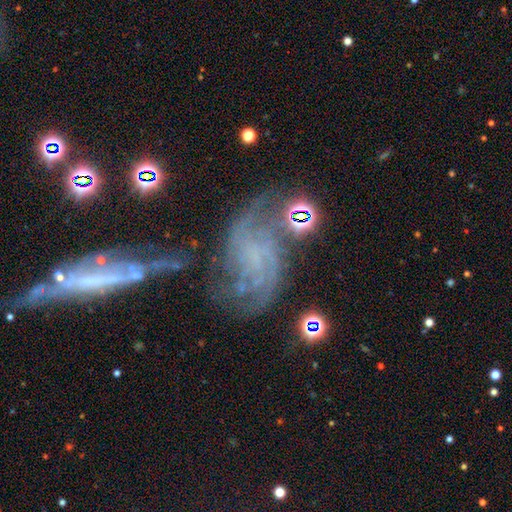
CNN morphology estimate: This is likely a featured or disk galaxy (79%). It is clearly not viewed edge-on (96%). Bar: possibly no (59%). Spiral arm pattern: clearly yes (90%). Spiral arm count: marginally 2 (44%). Spiral winding: marginally medium (41%). Central bulge: likely none (62%). Merging: marginally none (39%).